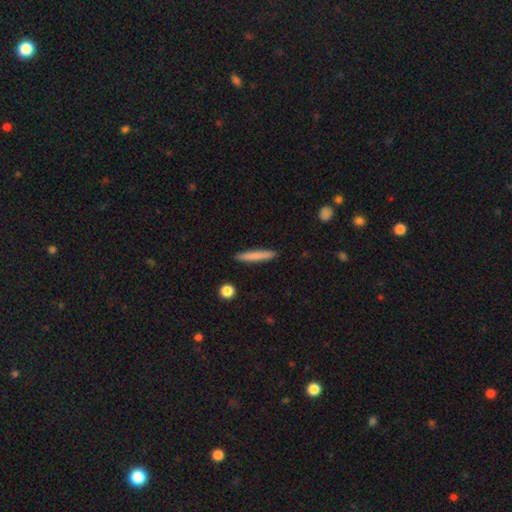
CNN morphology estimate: Q: Smooth or featured?
A: smooth (79%); runner-up: featured or disk (15%)
Q: How rounded?
A: cigar-shaped (95%); runner-up: in between (4%)
Q: Merging?
A: none (91%); runner-up: minor disturbance (6%)